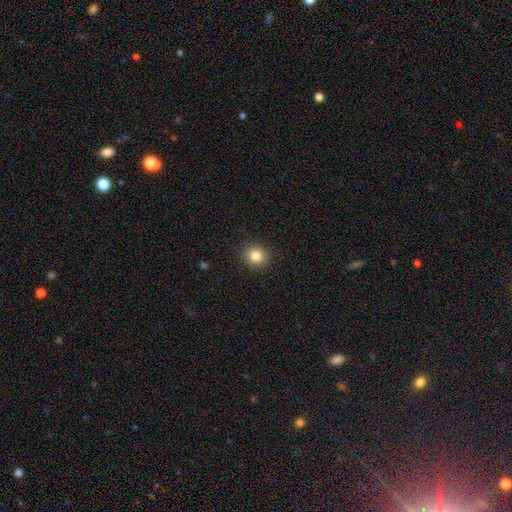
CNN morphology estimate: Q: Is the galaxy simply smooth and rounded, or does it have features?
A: smooth — 83%.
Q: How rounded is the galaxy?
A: round — 86%.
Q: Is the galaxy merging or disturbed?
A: none — 91%.